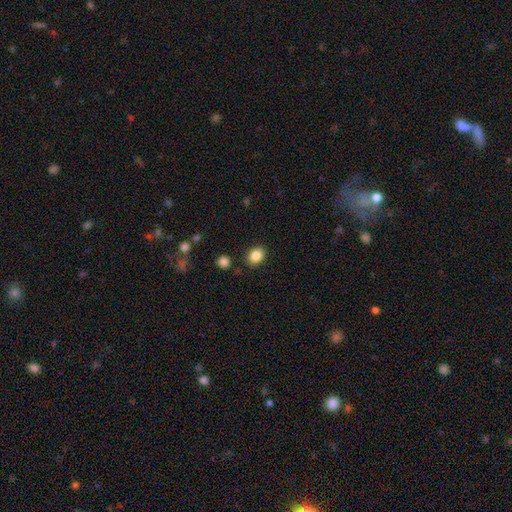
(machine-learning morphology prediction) A smooth galaxy with no disk features (86%) that is in between round and cigar-shaped (54%). Merging: none (86%).